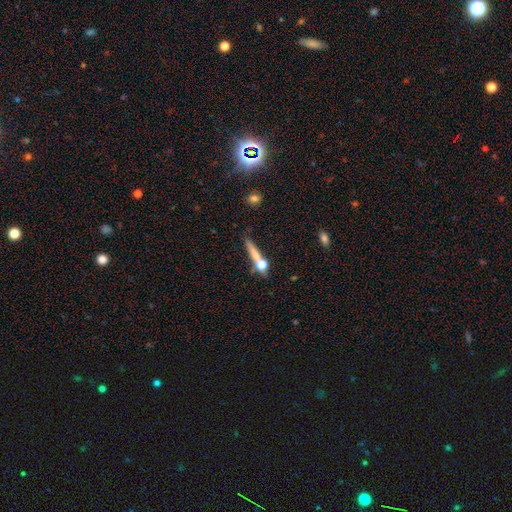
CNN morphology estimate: smooth_or_featured: smooth (p=0.57) [alt: featured or disk p=0.31]
how_rounded: cigar-shaped (p=0.67) [alt: round p=0.18]
merging: none (p=0.49) [alt: merger p=0.27]